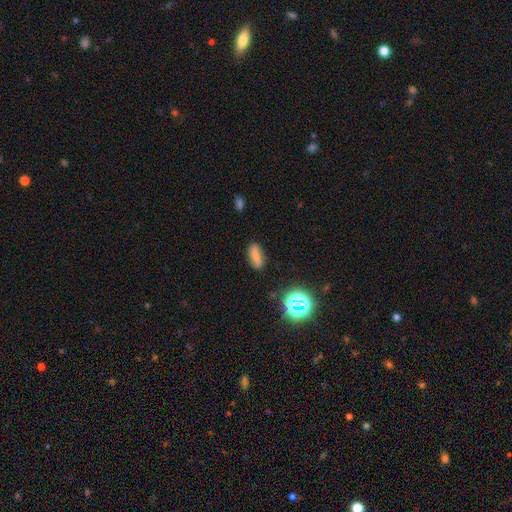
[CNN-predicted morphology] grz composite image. It shows a smooth galaxy with no disk features (64%) that is in between round and cigar-shaped (71%). Merging: none (82%).